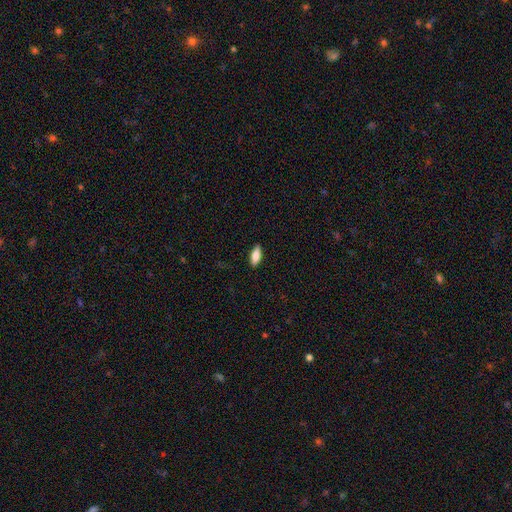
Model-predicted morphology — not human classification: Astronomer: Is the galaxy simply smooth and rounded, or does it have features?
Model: smooth — 81%.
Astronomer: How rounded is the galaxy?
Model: in between — 74%.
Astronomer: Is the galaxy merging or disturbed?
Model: none — 88%.